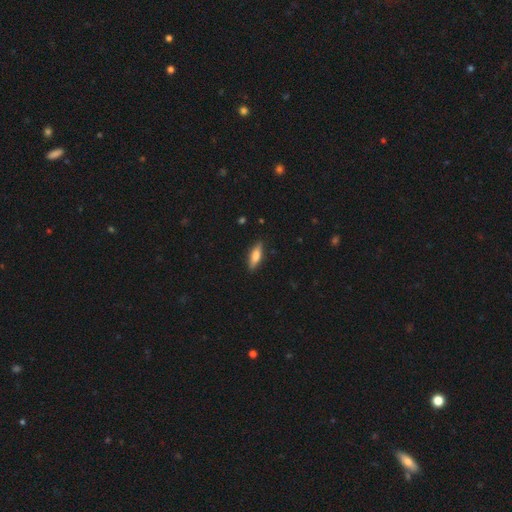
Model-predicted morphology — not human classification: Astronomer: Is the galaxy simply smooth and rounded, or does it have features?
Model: smooth — 68%.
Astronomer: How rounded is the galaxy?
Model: in between — 51% (runner-up: cigar-shaped, 47%).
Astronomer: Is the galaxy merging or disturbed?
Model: none — 86%.